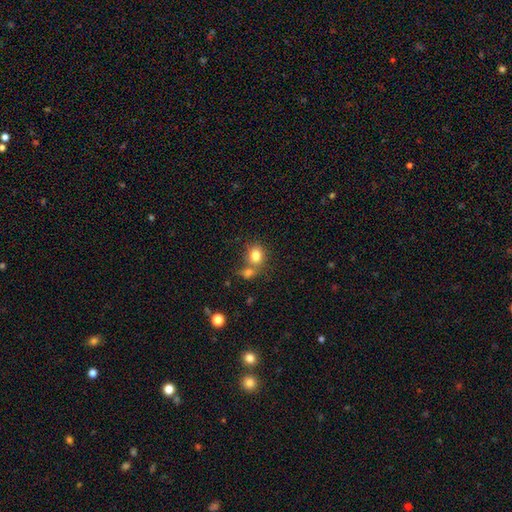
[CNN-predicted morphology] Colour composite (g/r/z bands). It shows a smooth galaxy with no disk features (81%) that is round (60%). Merging: none (52%).